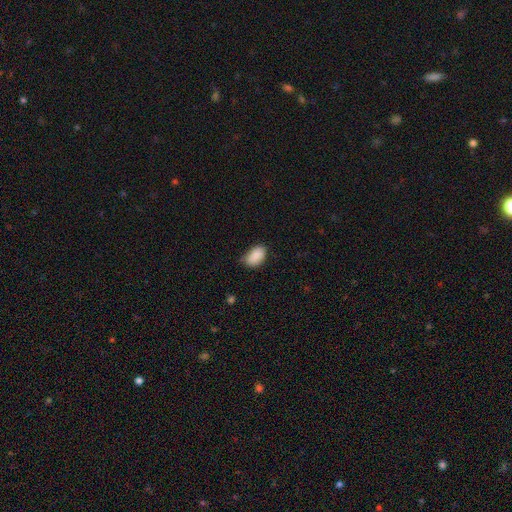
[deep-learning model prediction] Q: Smooth or featured?
A: smooth (88%); runner-up: star or artifact (8%)
Q: How rounded?
A: in between (91%); runner-up: round (8%)
Q: Merging?
A: none (60%); runner-up: minor disturbance (32%)